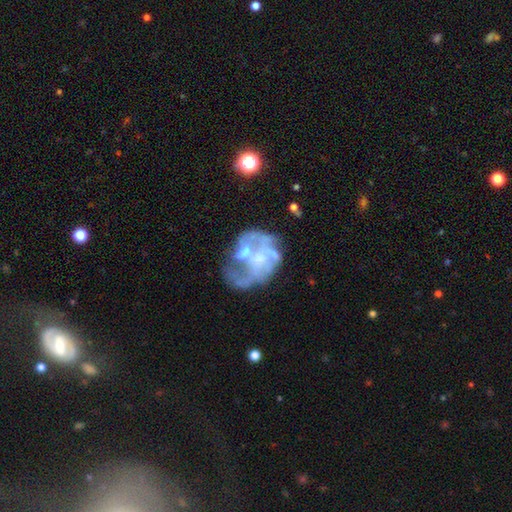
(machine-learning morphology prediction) smooth_or_featured: featured or disk (p=0.73) [alt: smooth p=0.17]
disk_edge_on: no (p=0.98) [alt: yes p=0.02]
bar: no (p=0.75) [alt: weak p=0.19]
has_spiral_arms: no (p=0.54) [alt: yes p=0.46]
bulge_size: none (p=0.35) [alt: small p=0.31]
merging: none (p=0.42) [alt: major disturbance p=0.27]